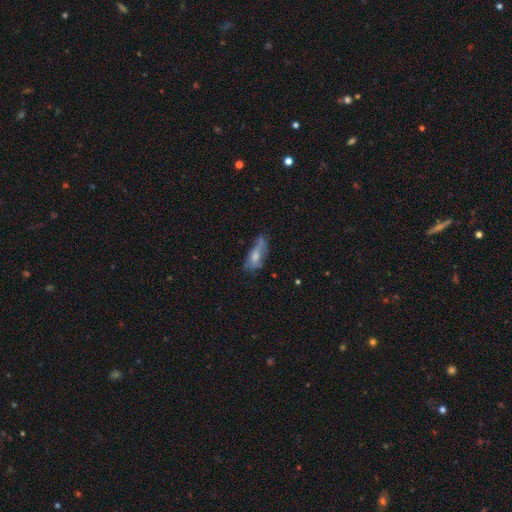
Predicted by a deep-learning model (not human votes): Smooth or featured? Predicted: smooth (p=0.58). How rounded? Predicted: in between (p=0.70). Merging? Predicted: none (p=0.36).